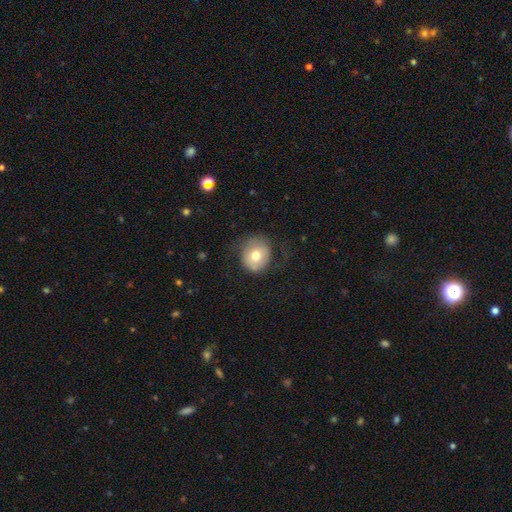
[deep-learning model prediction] Smooth or featured?
  - smooth: 69% *
  - featured or disk: 23%
  - star or artifact: 9%
How rounded?
  - round: 79% *
  - in between: 20%
  - cigar-shaped: 1%
Merging?
  - none: 66% *
  - minor disturbance: 19%
  - major disturbance: 13%
  - merger: 1%